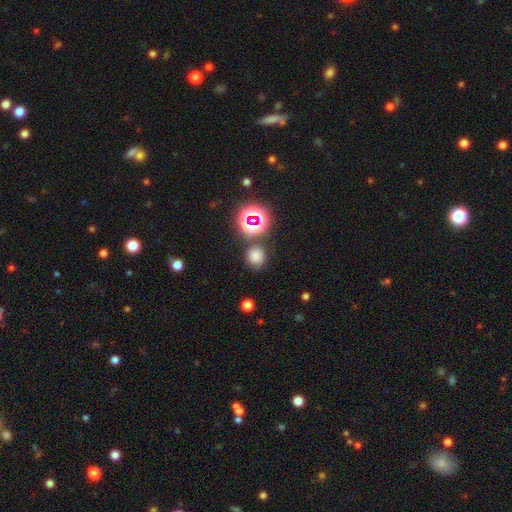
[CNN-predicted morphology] smooth-or-featured: smooth: 72% | star or artifact: 22% | featured or disk: 6%
  how-rounded: round: 87% | in between: 12% | cigar-shaped: 1%
  merging: none: 78% | minor disturbance: 10% | merger: 7% | major disturbance: 4%